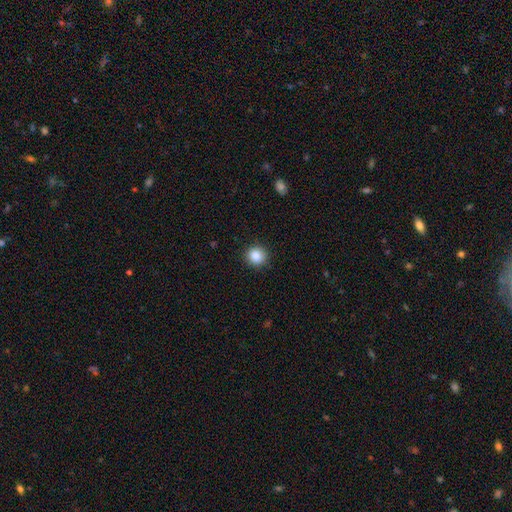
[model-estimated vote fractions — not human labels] Q: Smooth or featured?
A: smooth (86%); runner-up: star or artifact (10%)
Q: How rounded?
A: round (90%); runner-up: in between (9%)
Q: Merging?
A: none (91%); runner-up: minor disturbance (6%)